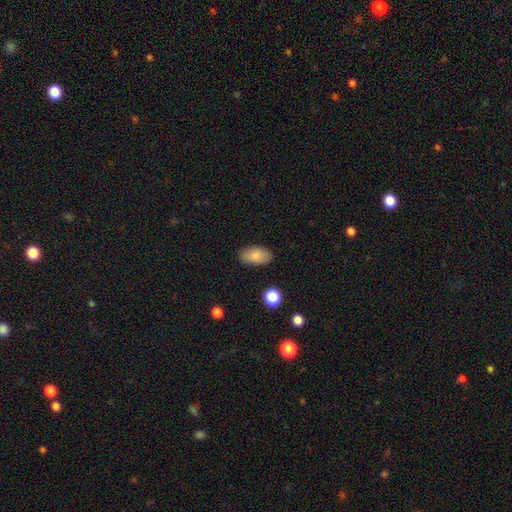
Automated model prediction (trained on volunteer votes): smooth-or-featured: smooth: 84% | featured or disk: 9% | star or artifact: 7%
  how-rounded: in between: 93% | round: 4% | cigar-shaped: 3%
  merging: none: 84% | minor disturbance: 12% | major disturbance: 3% | merger: 1%